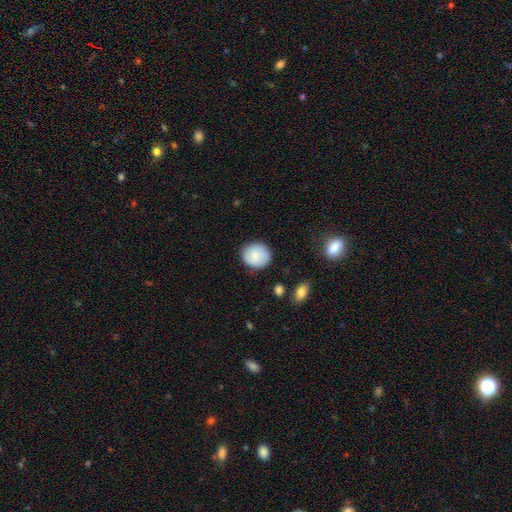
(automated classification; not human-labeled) This is clearly a smooth galaxy (82%). How rounded: clearly round (82%). Merging: clearly none (86%).